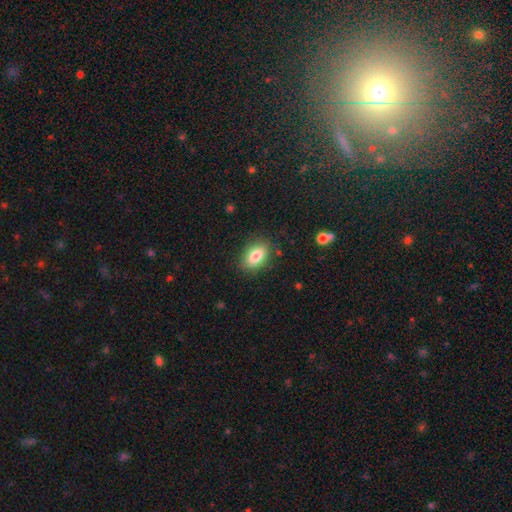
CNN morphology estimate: A smooth galaxy with no disk features (82%) that is in between round and cigar-shaped (88%). Merging: none (83%).